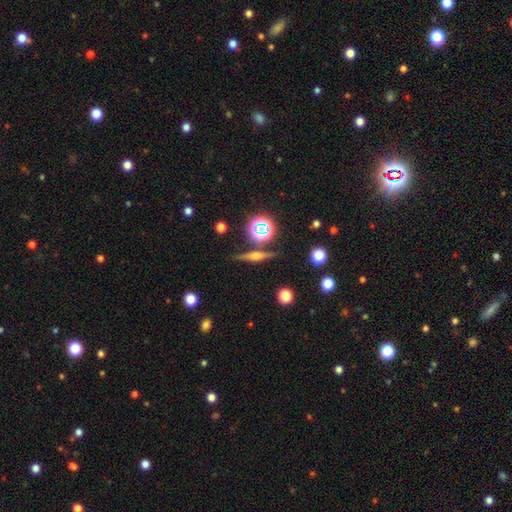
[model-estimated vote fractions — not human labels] smooth_or_featured: featured or disk (p=0.64) [alt: smooth p=0.21]
disk_edge_on: yes (p=0.95) [alt: no p=0.05]
edge_on_bulge: rounded (p=0.84) [alt: boxy p=0.10]
merging: none (p=0.84) [alt: minor disturbance p=0.09]